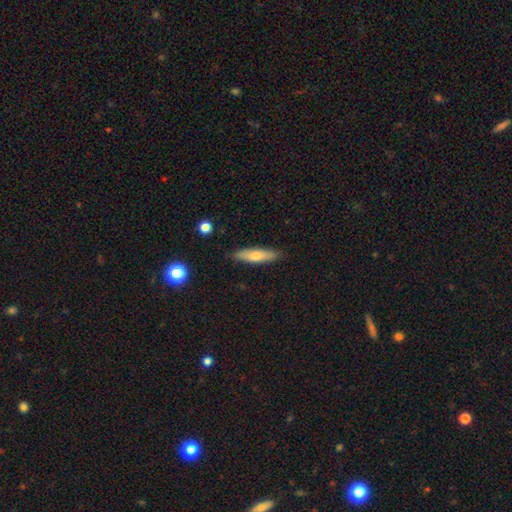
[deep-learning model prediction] This appears to be a smooth galaxy with no disk features (67%) that is cigar-shaped (75%). Merging: none (86%).